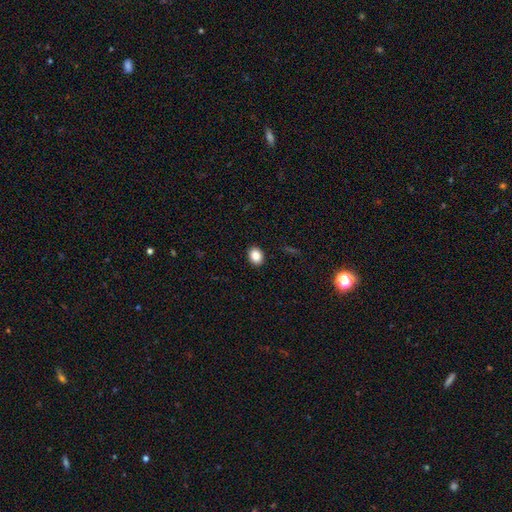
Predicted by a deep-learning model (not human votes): Smooth or featured? smooth (87%)
How rounded? in between (55%)
Merging? none (91%)